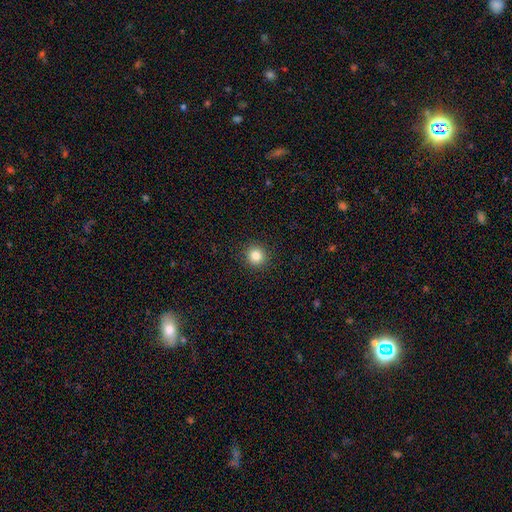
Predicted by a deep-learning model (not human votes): Q: Smooth or featured?
A: smooth (84%); runner-up: star or artifact (11%)
Q: How rounded?
A: round (92%); runner-up: in between (7%)
Q: Merging?
A: none (92%); runner-up: minor disturbance (5%)